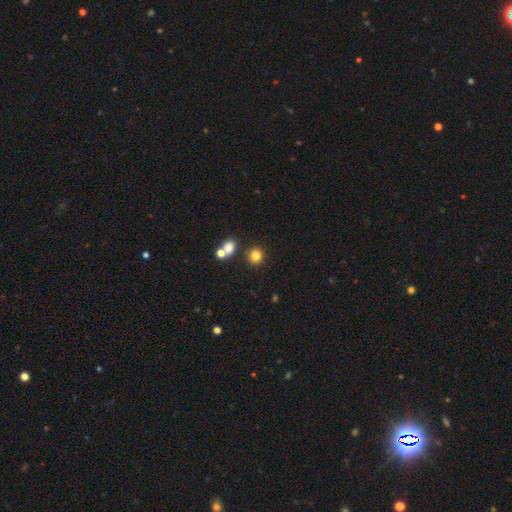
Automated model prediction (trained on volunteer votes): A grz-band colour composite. It shows a smooth galaxy with no disk features (80%) that is round (85%). Merging: none (79%).